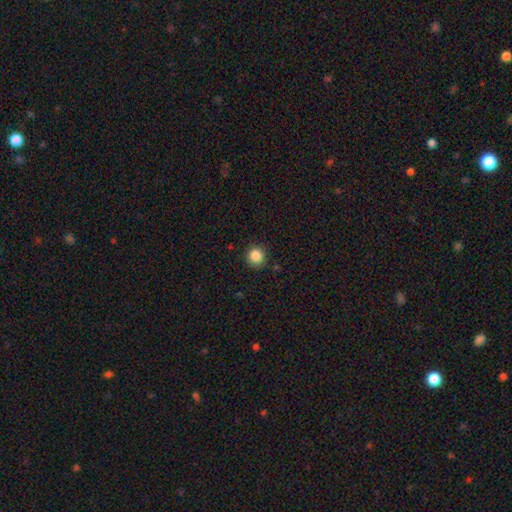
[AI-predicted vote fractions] This appears to be a smooth galaxy with no disk features (86%) that is round (93%). Merging: none (88%).